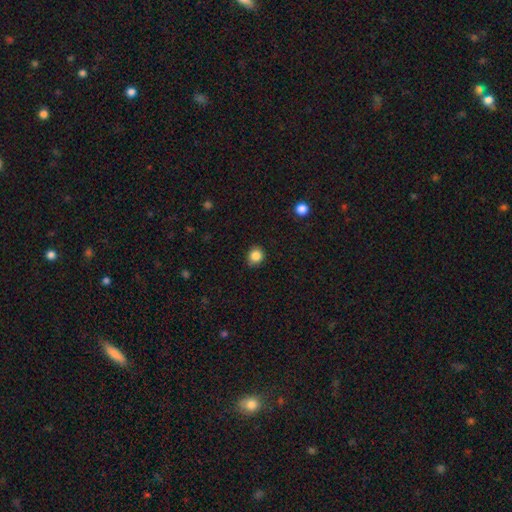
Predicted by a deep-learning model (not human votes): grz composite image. It shows a smooth galaxy with no disk features (85%) that is round (83%). Merging: none (84%).